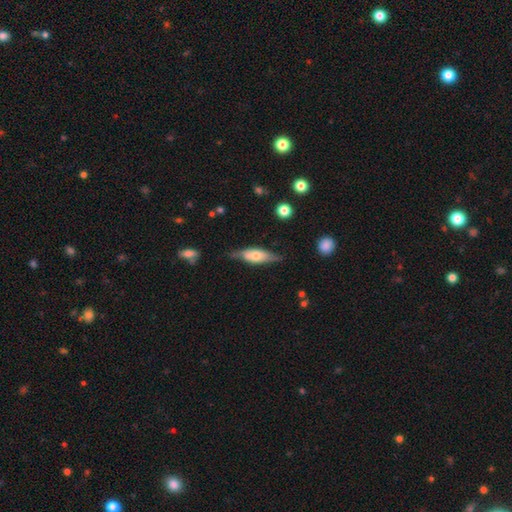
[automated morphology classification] Overall: featured or disk (51%; smooth 44%). Edge-on disk: yes (70%; no 30%). Merging: none (63%; minor disturbance 27%).